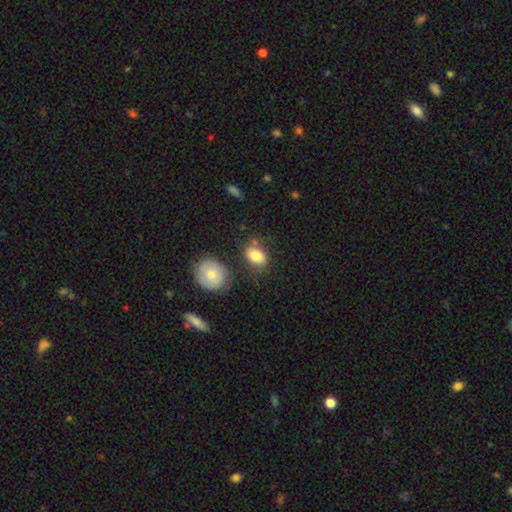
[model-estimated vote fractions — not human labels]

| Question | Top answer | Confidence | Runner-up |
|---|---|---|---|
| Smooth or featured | smooth | 81% | featured or disk (11%) |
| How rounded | in between | 74% | round (24%) |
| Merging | none | 68% | minor disturbance (18%) |